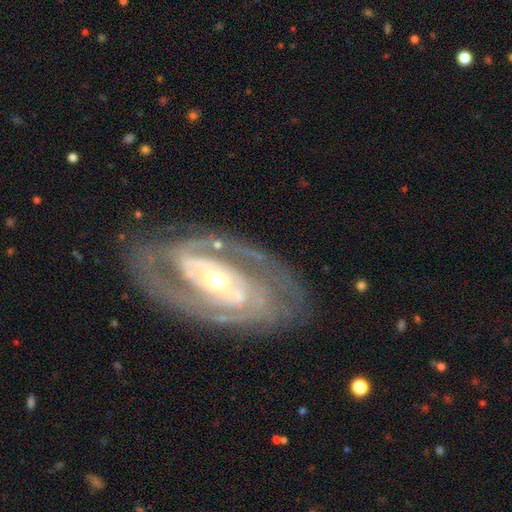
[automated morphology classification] This appears to be a featured or disk galaxy (87%) with no bar (45%), 2 (61%) tight (60%) spiral arms (89%) and a moderate central bulge (46%, tied with small). Merging: none (78%).